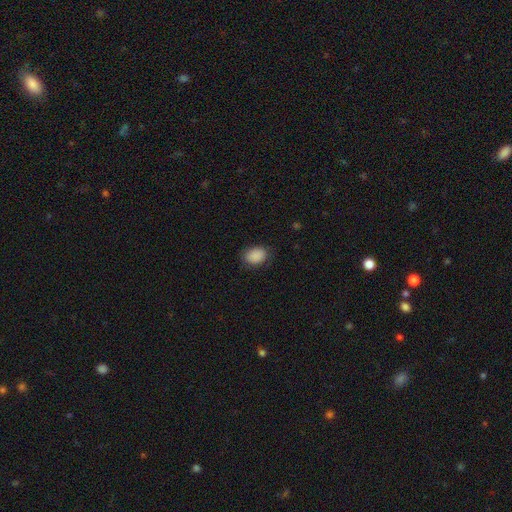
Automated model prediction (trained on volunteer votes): Q: Smooth or featured?
A: smooth (89%); runner-up: star or artifact (8%)
Q: How rounded?
A: in between (73%); runner-up: round (26%)
Q: Merging?
A: none (81%); runner-up: minor disturbance (14%)